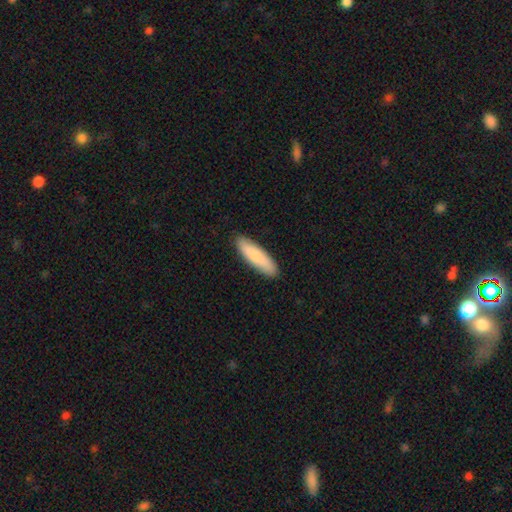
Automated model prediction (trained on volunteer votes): Smooth or featured? Predicted: smooth (p=0.81). How rounded? Predicted: cigar-shaped (p=0.63). Merging? Predicted: none (p=0.90).